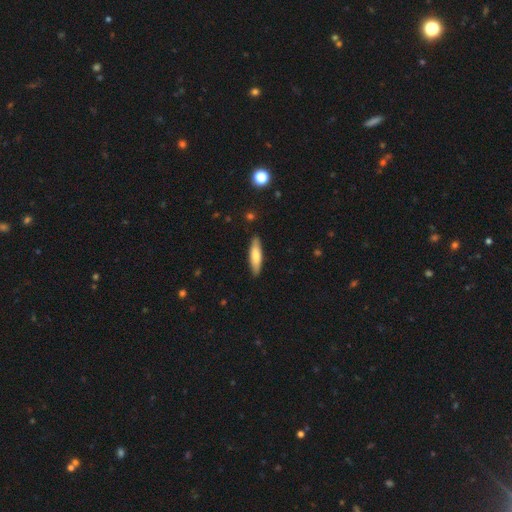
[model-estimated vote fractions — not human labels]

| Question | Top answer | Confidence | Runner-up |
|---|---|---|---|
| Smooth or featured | smooth | 75% | featured or disk (19%) |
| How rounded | cigar-shaped | 71% | in between (28%) |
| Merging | none | 88% | minor disturbance (9%) |